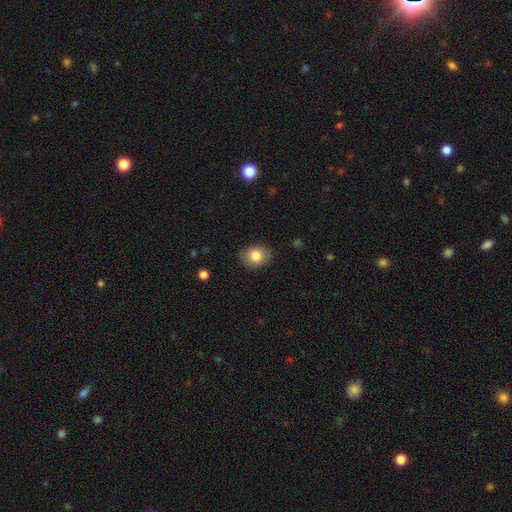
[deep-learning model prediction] Smooth or featured?
  - smooth: 82% *
  - featured or disk: 10%
  - star or artifact: 8%
How rounded?
  - in between: 60% *
  - round: 39%
  - cigar-shaped: 1%
Merging?
  - none: 84% *
  - minor disturbance: 12%
  - major disturbance: 3%
  - merger: 1%